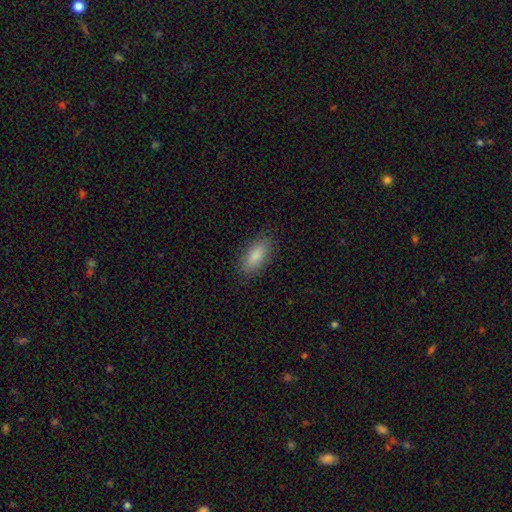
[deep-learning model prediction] smooth_or_featured: smooth (p=0.87) [alt: featured or disk p=0.07]
how_rounded: in between (p=0.84) [alt: cigar-shaped p=0.13]
merging: none (p=0.87) [alt: minor disturbance p=0.10]